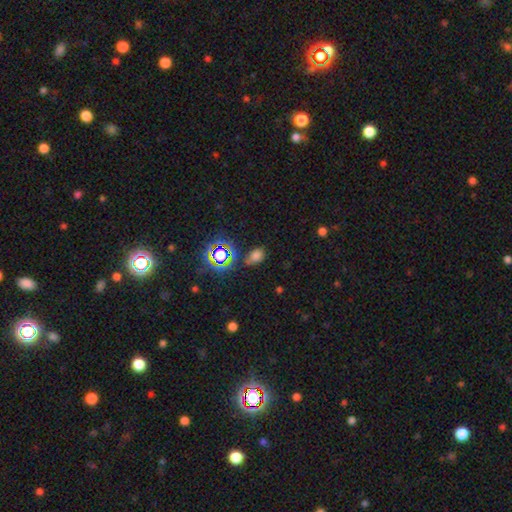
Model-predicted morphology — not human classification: Smooth or featured? Predicted: smooth (p=0.64). How rounded? Predicted: in between (p=0.75). Merging? Predicted: none (p=0.69).